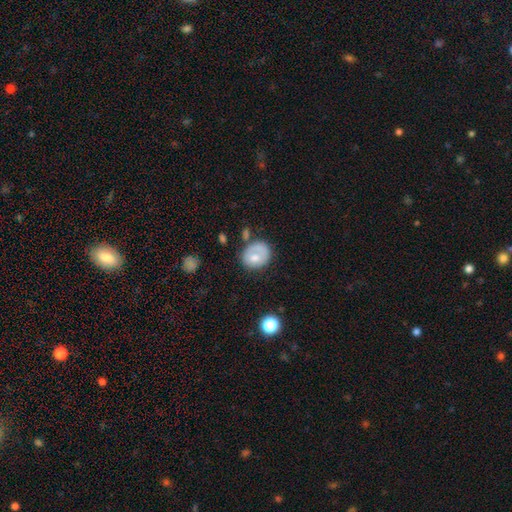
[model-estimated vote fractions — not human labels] This appears to be a smooth galaxy with no disk features (68%) that is round (69%). Merging: none (57%).